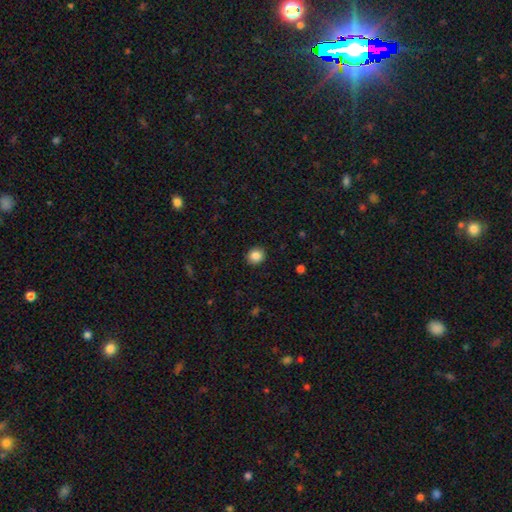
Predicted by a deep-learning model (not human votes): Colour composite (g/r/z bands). It shows a smooth galaxy with no disk features (86%) that is round (85%). Merging: none (92%).